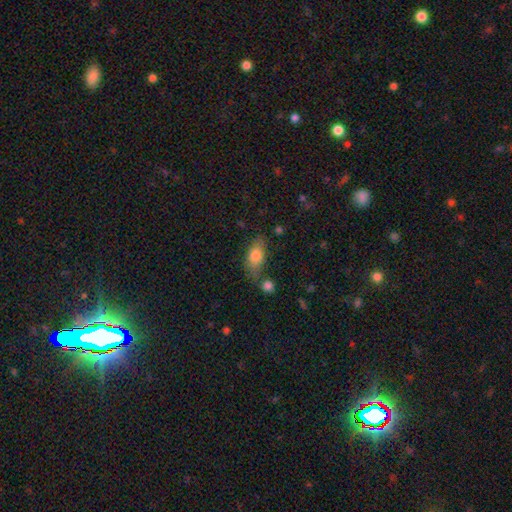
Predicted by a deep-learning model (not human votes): smooth_or_featured: smooth (p=0.79) [alt: featured or disk p=0.13]
how_rounded: in between (p=0.86) [alt: cigar-shaped p=0.07]
merging: none (p=0.63) [alt: minor disturbance p=0.20]